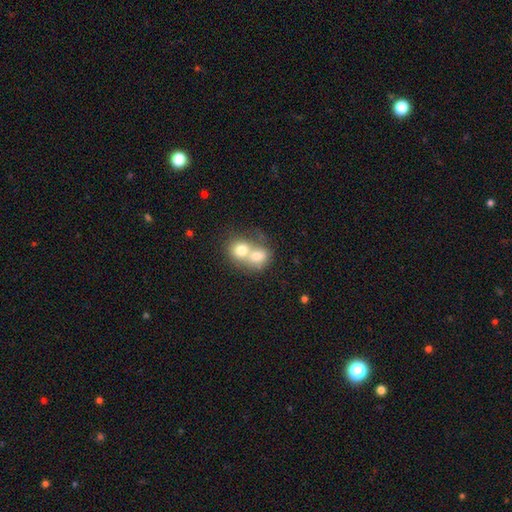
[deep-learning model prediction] The model was most divided on "how rounded": round: 64%, in between: 35%, cigar-shaped: 1%. More confident: merging — merger (76%); smooth or featured — smooth (67%).